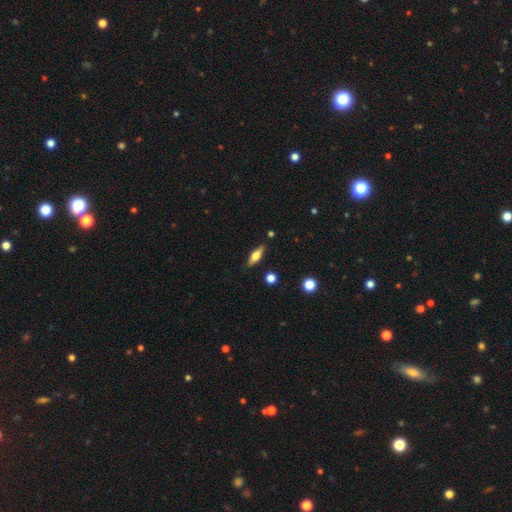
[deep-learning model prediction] Smooth or featured? smooth (49%)
Merging? none (85%)